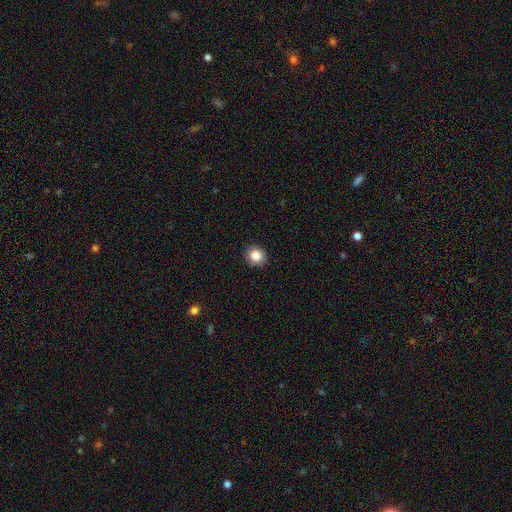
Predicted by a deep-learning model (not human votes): smooth-or-featured: smooth: 86% | star or artifact: 10% | featured or disk: 5%
  how-rounded: round: 87% | in between: 12% | cigar-shaped: 1%
  merging: none: 90% | minor disturbance: 7% | major disturbance: 2% | merger: 1%